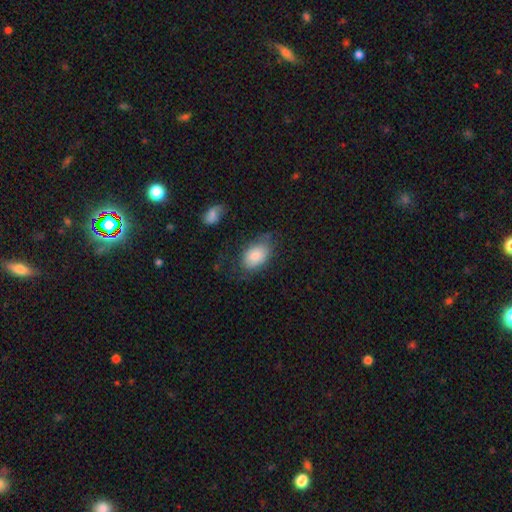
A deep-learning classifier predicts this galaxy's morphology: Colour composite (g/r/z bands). It shows a smooth galaxy with no disk features (81%) that is in between round and cigar-shaped (90%). Merging: none (63%).